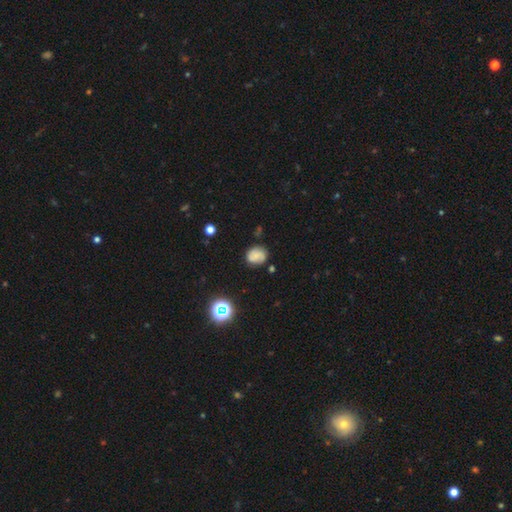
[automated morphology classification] Overall: smooth (66%). How rounded: round (65%; in between 34%). Merging: none (73%).